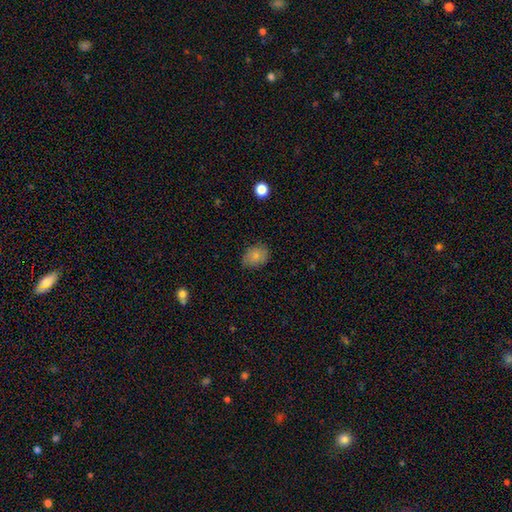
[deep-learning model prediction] Q: Smooth or featured?
A: smooth (82%); runner-up: star or artifact (9%)
Q: How rounded?
A: in between (61%); runner-up: round (38%)
Q: Merging?
A: none (78%); runner-up: minor disturbance (18%)